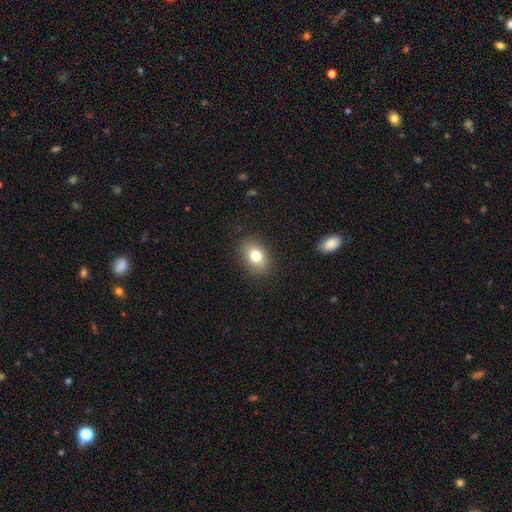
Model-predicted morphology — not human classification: Smooth or featured?
  - smooth: 79% *
  - featured or disk: 12%
  - star or artifact: 10%
How rounded?
  - in between: 73% *
  - round: 26%
  - cigar-shaped: 1%
Merging?
  - none: 87% *
  - minor disturbance: 9%
  - major disturbance: 3%
  - merger: 1%